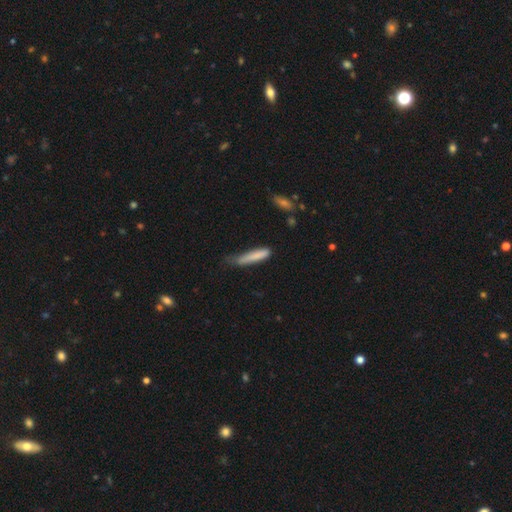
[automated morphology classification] Smooth or featured? smooth (80%)
How rounded? cigar-shaped (89%)
Merging? none (43%)